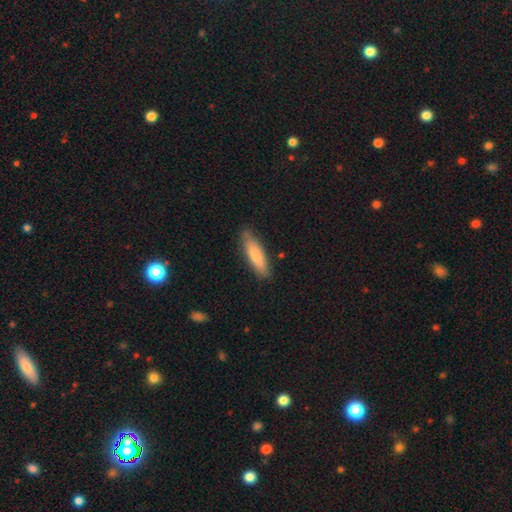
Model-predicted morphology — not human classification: smooth-or-featured: smooth: 79% | featured or disk: 16% | star or artifact: 5%
  how-rounded: cigar-shaped: 67% | in between: 32% | round: 1%
  merging: none: 81% | minor disturbance: 15% | major disturbance: 3% | merger: 1%